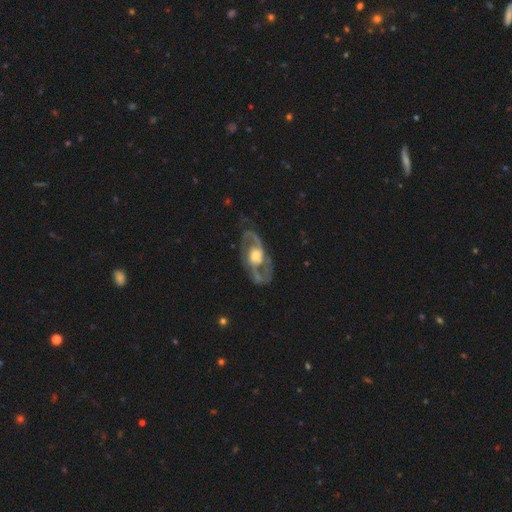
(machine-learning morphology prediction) Overall: featured or disk (87%). Edge-on disk: no (94%). Bar: no (58%; weak 30%). Spiral arms: yes (89%). Spiral arm count: 2 (90%). Spiral winding: medium (54%; loose 26%). Bulge size: moderate (65%). Merging: none (76%).